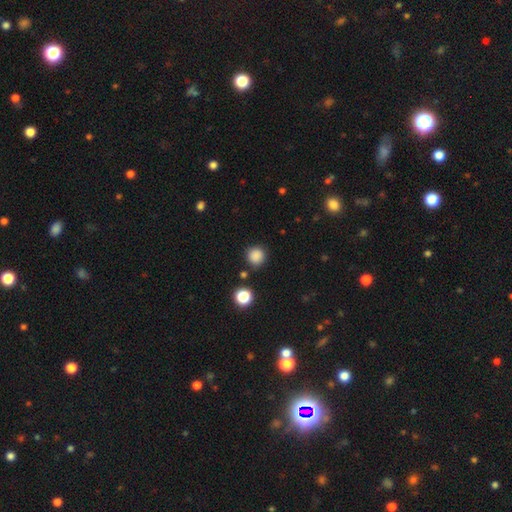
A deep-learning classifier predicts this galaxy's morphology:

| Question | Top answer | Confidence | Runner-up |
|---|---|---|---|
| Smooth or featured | smooth | 85% | star or artifact (11%) |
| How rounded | round | 92% | in between (7%) |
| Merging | none | 85% | minor disturbance (9%) |